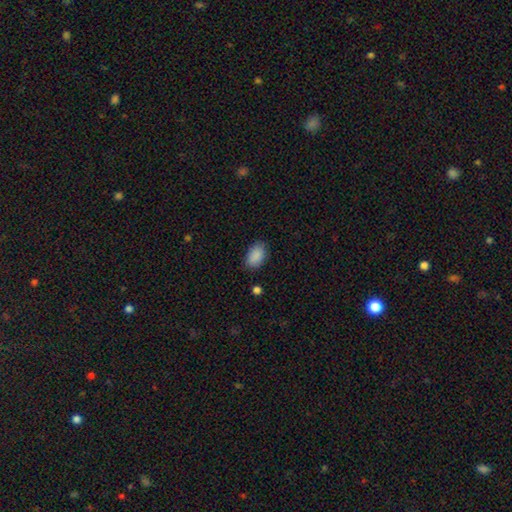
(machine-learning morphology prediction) smooth_or_featured: smooth (p=0.89) [alt: star or artifact p=0.07]
how_rounded: in between (p=0.91) [alt: round p=0.08]
merging: none (p=0.81) [alt: minor disturbance p=0.15]